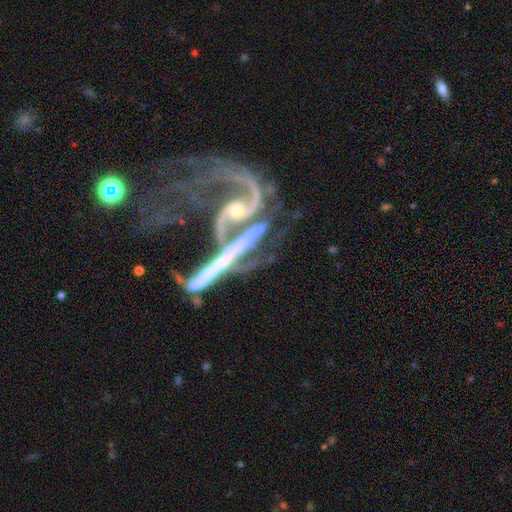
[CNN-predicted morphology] Overall: featured or disk (83%). Edge-on disk: no (86%). Bar: no (58%; weak 23%). Spiral arms: yes (87%). Spiral arm count: 2 (70%). Spiral winding: loose (53%; medium 33%). Bulge size: small (52%; moderate 32%). Merging: merger (52%; major disturbance 20%).